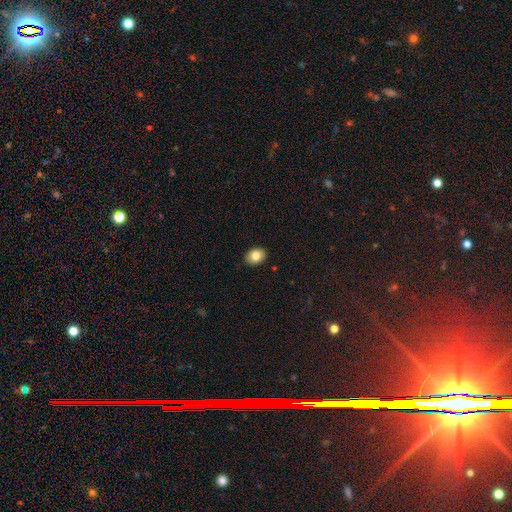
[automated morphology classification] This appears to be a smooth galaxy with no disk features (83%) that is in between round and cigar-shaped (63%). Merging: none (90%).